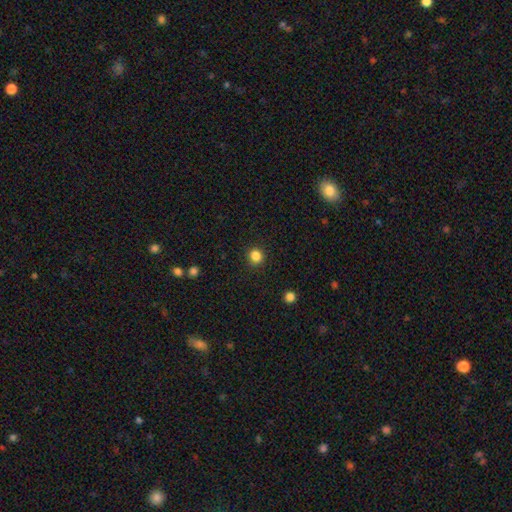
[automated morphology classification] Smooth or featured: smooth — 85% (star or artifact — 12%)
How rounded: round — 91% (in between — 8%)
Merging: none — 92% (minor disturbance — 5%)